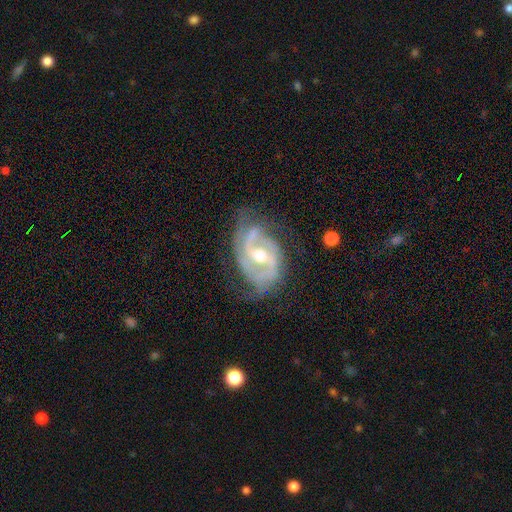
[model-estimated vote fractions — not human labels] This appears to be a featured or disk galaxy (90%) with a weak bar (46%), 2 (69%) medium (48%) spiral arms (96%) and a moderate central bulge (72%). Merging: none (64%).